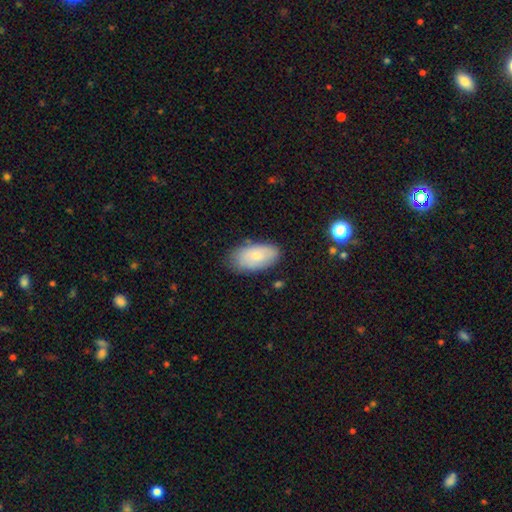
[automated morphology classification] A smooth galaxy with no disk features (69%) that is in between round and cigar-shaped (94%).

Vote fractions:
- Smooth or featured? smooth: 69% / featured or disk: 25% / star or artifact: 6%
- How rounded? in between: 94% / round: 4% / cigar-shaped: 2%
- Merging? none: 73% / minor disturbance: 21% / major disturbance: 4% / merger: 2%